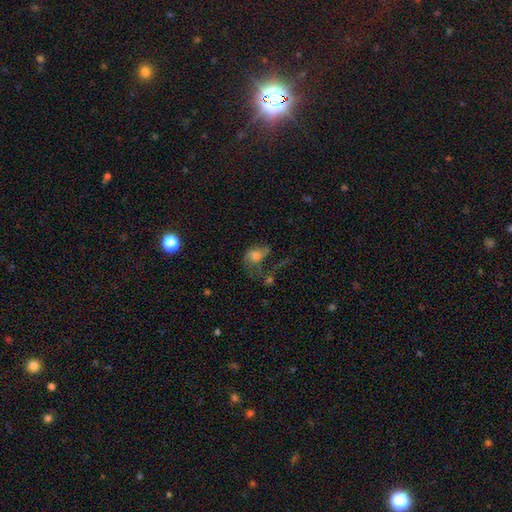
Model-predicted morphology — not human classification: This is possibly a smooth galaxy (46%). Merging: marginally major disturbance (43%).